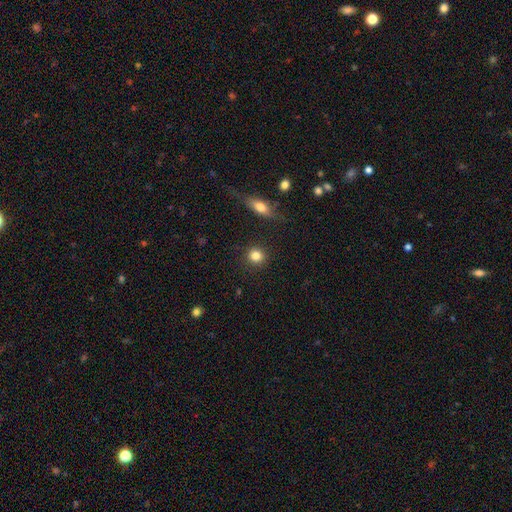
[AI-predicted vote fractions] The model was most divided on "smooth or featured": smooth: 84%, star or artifact: 10%, featured or disk: 6%. More confident: how rounded — round (89%); merging — none (89%).